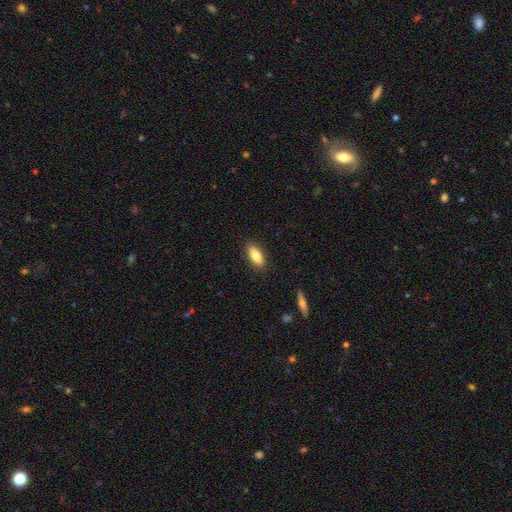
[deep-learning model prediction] smooth_or_featured: smooth (p=0.81) [alt: featured or disk p=0.12]
how_rounded: in between (p=0.87) [alt: cigar-shaped p=0.10]
merging: none (p=0.88) [alt: minor disturbance p=0.09]